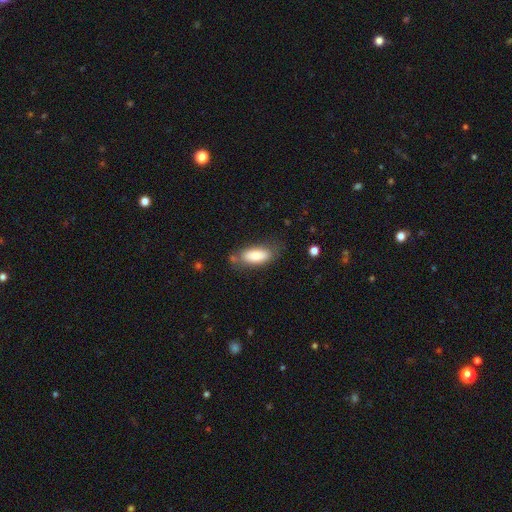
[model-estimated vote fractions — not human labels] This is likely a smooth galaxy (78%). How rounded: clearly in between (83%). Merging: likely none (69%).